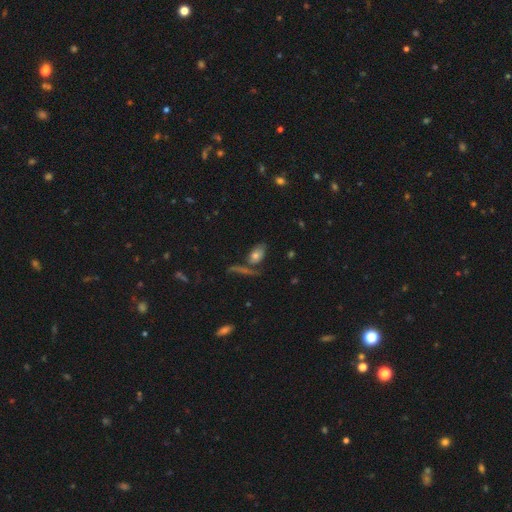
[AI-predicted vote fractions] Smooth or featured?
  - smooth: 68% *
  - featured or disk: 22%
  - star or artifact: 10%
How rounded?
  - in between: 84% *
  - round: 11%
  - cigar-shaped: 5%
Merging?
  - none: 51% *
  - merger: 24%
  - minor disturbance: 16%
  - major disturbance: 10%